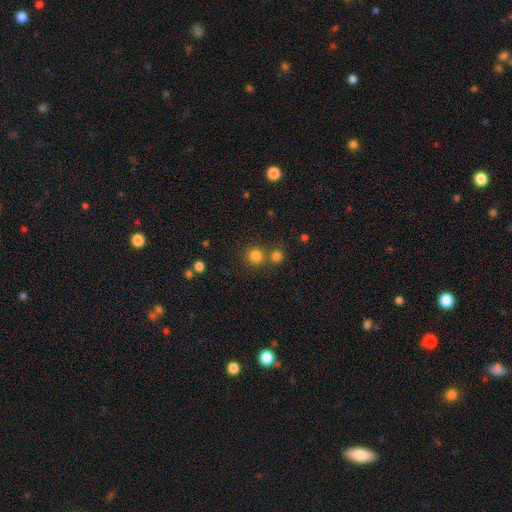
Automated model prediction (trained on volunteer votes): A smooth galaxy with no disk features (81%) that is round (92%).

Vote fractions:
- Smooth or featured? smooth: 81% / star or artifact: 14% / featured or disk: 5%
- How rounded? round: 92% / in between: 7% / cigar-shaped: 1%
- Merging? none: 69% / merger: 21% / minor disturbance: 7% / major disturbance: 3%